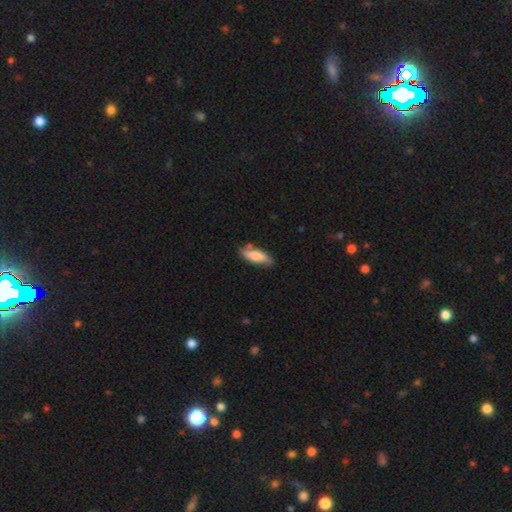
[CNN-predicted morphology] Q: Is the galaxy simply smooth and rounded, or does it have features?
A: smooth — 72%.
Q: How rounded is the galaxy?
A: in between — 60%.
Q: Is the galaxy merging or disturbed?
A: none — 69%.